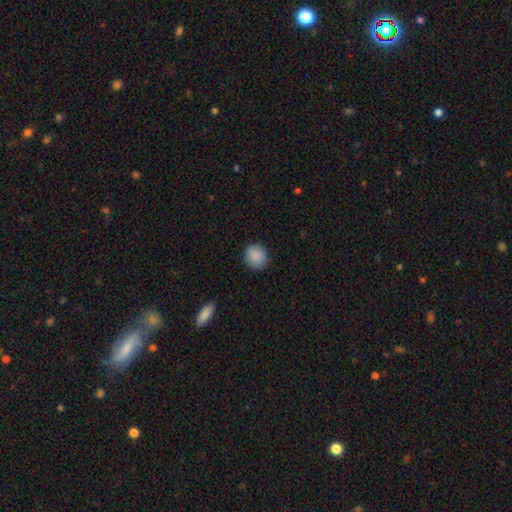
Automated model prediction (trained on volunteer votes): smooth 89%, star or artifact 7%, featured or disk 4%. Down the decision tree: how rounded — round (87%); merging — none (89%).